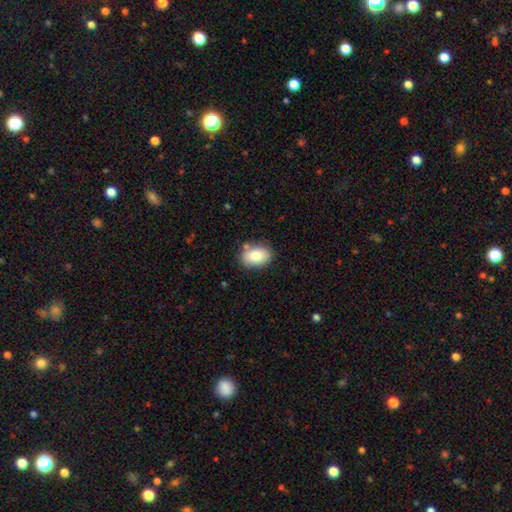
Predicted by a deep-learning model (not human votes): This is clearly a smooth galaxy (80%). How rounded: likely in between (79%). Merging: likely none (80%).